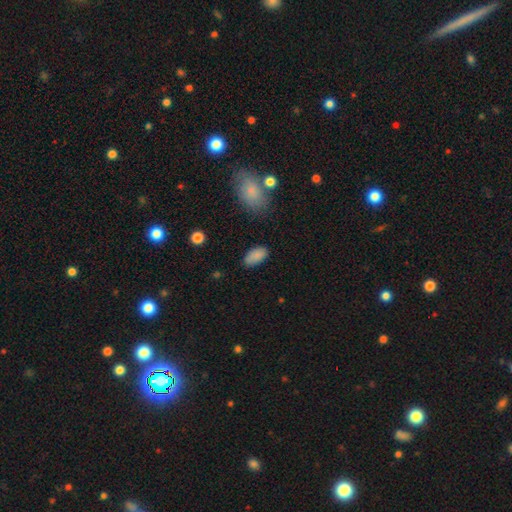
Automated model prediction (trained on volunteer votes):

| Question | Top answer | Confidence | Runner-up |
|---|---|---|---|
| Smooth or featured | smooth | 86% | star or artifact (8%) |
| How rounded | in between | 93% | cigar-shaped (3%) |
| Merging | none | 81% | minor disturbance (14%) |